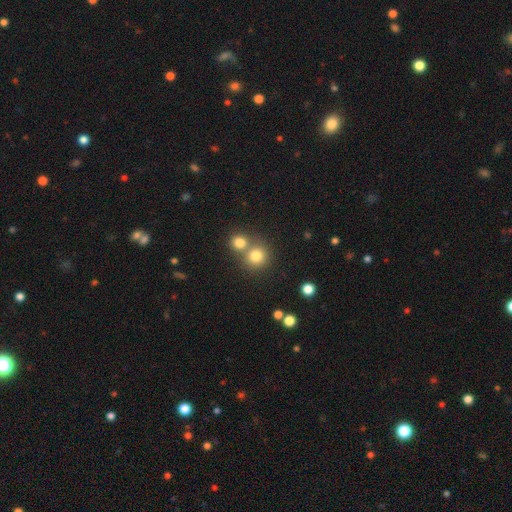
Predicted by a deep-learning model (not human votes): Smooth or featured?
  - smooth: 78% *
  - star or artifact: 13%
  - featured or disk: 8%
How rounded?
  - round: 89% *
  - in between: 10%
  - cigar-shaped: 1%
Merging?
  - none: 53% *
  - merger: 37%
  - minor disturbance: 7%
  - major disturbance: 3%